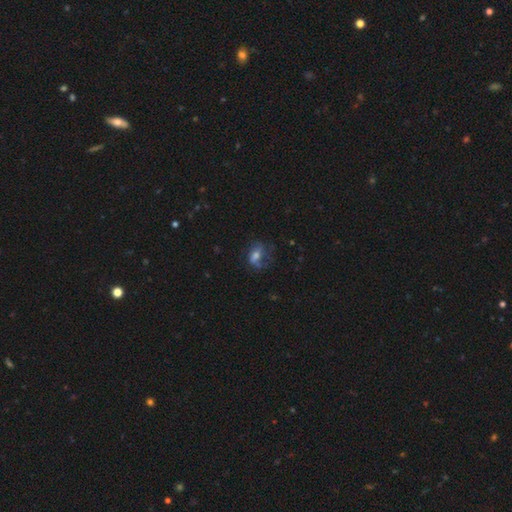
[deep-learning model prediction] Q: Smooth or featured?
A: smooth (46%); runner-up: featured or disk (42%)
Q: Merging?
A: none (45%); runner-up: major disturbance (28%)